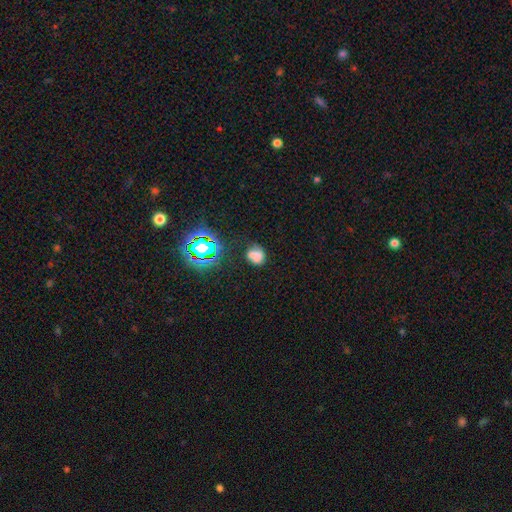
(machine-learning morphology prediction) smooth-or-featured: smooth: 68% | star or artifact: 20% | featured or disk: 12%
  how-rounded: round: 55% | in between: 44% | cigar-shaped: 1%
  merging: none: 58% | minor disturbance: 24% | major disturbance: 10% | merger: 8%